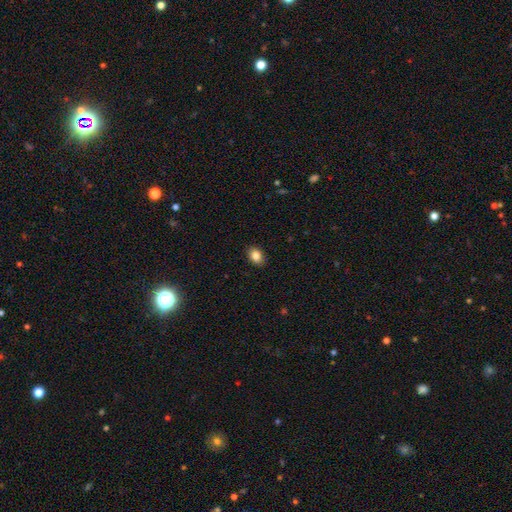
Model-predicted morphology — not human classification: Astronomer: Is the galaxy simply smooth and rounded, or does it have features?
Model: smooth — 85%.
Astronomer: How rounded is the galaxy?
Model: in between — 77%.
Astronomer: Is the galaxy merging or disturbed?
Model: none — 89%.